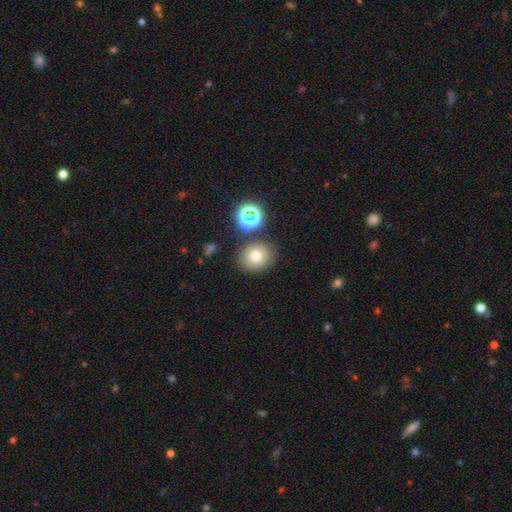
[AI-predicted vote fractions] Smooth or featured? Predicted: smooth (p=0.71). How rounded? Predicted: round (p=0.68). Merging? Predicted: none (p=0.79).